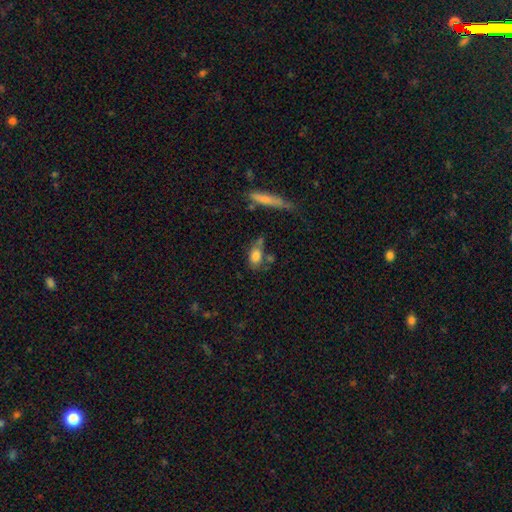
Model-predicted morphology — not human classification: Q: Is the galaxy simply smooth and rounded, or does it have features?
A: smooth — 79%.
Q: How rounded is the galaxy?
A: in between — 77%.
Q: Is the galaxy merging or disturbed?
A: none — 46%.